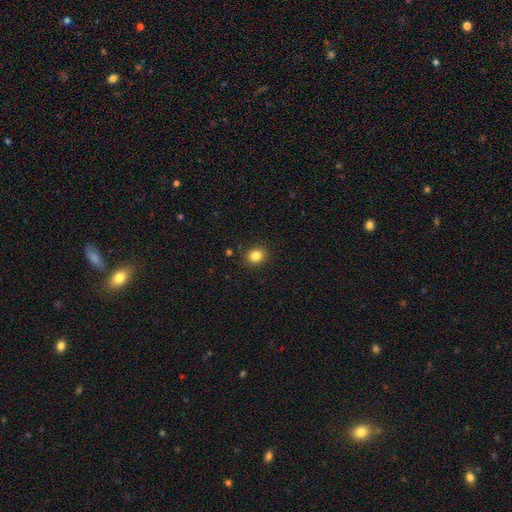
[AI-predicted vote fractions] This is clearly a smooth galaxy (84%). How rounded: likely round (70%). Merging: clearly none (89%).